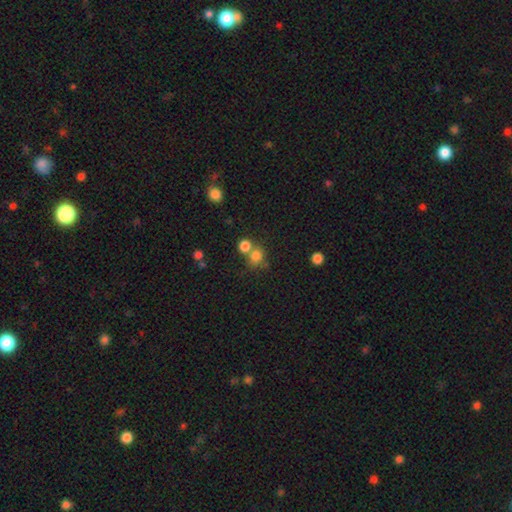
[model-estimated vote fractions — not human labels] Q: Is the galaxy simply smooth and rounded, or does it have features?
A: smooth — 77%.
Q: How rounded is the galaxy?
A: round — 81%.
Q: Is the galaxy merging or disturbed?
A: none — 52%.